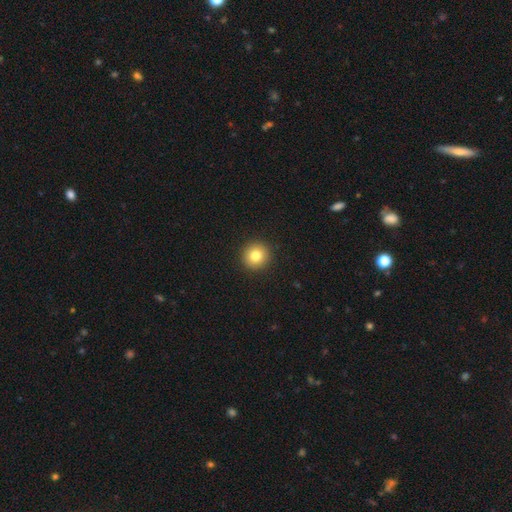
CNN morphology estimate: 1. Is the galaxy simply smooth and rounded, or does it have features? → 82% smooth, 10% star or artifact, 8% featured or disk.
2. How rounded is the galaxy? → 93% round, 6% in between, 1% cigar-shaped.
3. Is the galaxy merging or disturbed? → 93% none, 5% minor disturbance, 2% major disturbance, 1% merger.